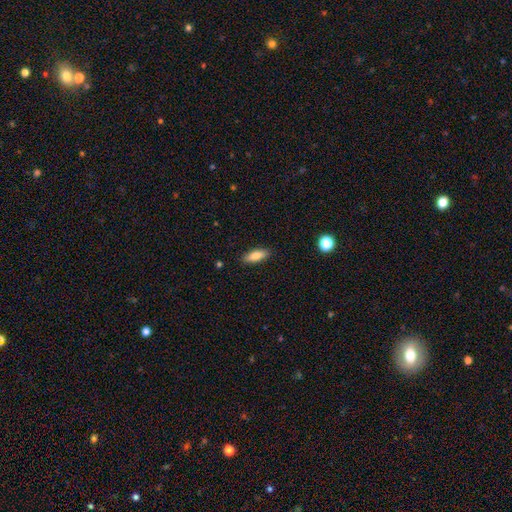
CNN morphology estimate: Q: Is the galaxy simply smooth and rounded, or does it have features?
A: smooth — 81%.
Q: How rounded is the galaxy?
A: in between — 63%.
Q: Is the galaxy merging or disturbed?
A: none — 88%.